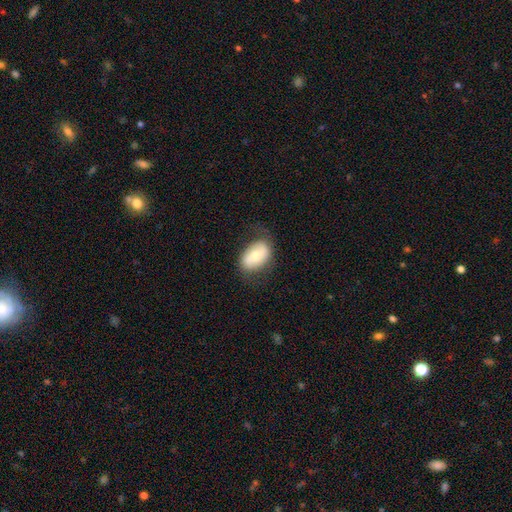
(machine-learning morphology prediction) This appears to be a smooth galaxy with no disk features (61%) that is in between round and cigar-shaped (88%). Merging: none (69%).